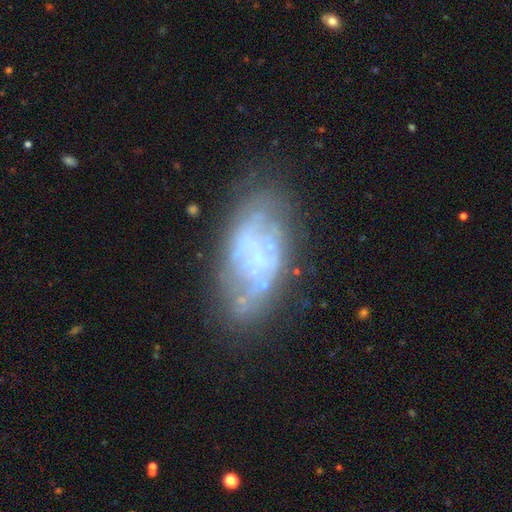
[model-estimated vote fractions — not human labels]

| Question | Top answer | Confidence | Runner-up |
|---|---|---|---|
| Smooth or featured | featured or disk | 66% | smooth (23%) |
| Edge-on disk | no | 94% | yes (6%) |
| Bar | no | 86% | weak (10%) |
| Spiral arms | no | 81% | yes (19%) |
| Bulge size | none | 74% | small (15%) |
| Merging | none | 59% | minor disturbance (21%) |